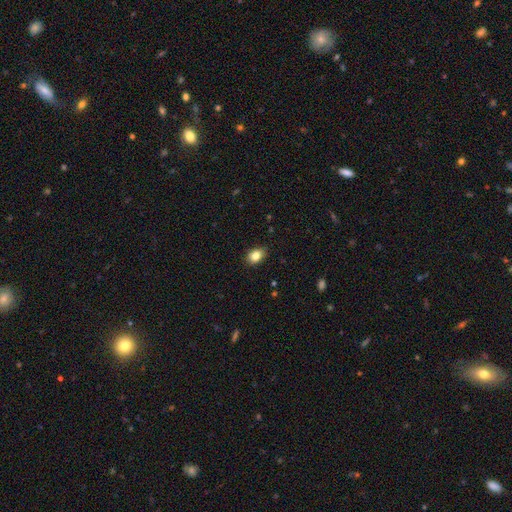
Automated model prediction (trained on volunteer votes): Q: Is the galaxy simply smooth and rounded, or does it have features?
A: smooth — 83%.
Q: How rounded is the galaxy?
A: in between — 70%.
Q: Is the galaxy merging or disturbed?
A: none — 84%.